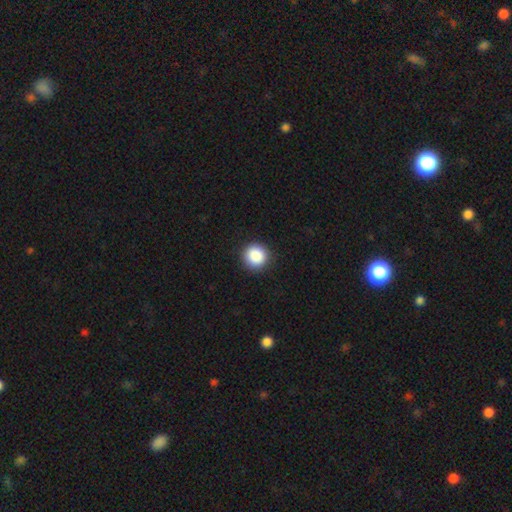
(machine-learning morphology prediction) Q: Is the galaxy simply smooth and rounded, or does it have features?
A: smooth — 88%.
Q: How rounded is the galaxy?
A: round — 95%.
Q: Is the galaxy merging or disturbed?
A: none — 91%.